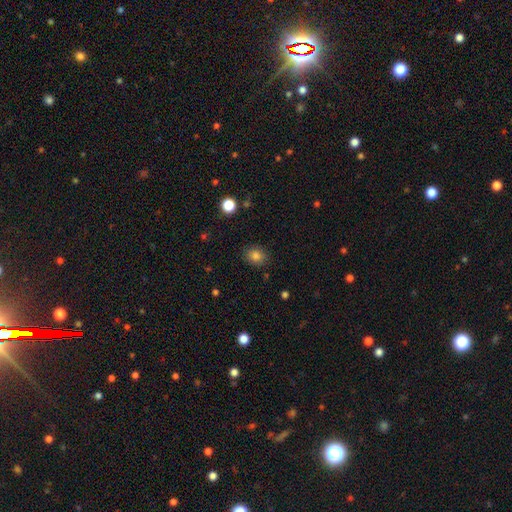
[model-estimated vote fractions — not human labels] Smooth or featured: smooth — 83% (star or artifact — 12%)
How rounded: round — 59% (in between — 40%)
Merging: none — 87% (minor disturbance — 9%)